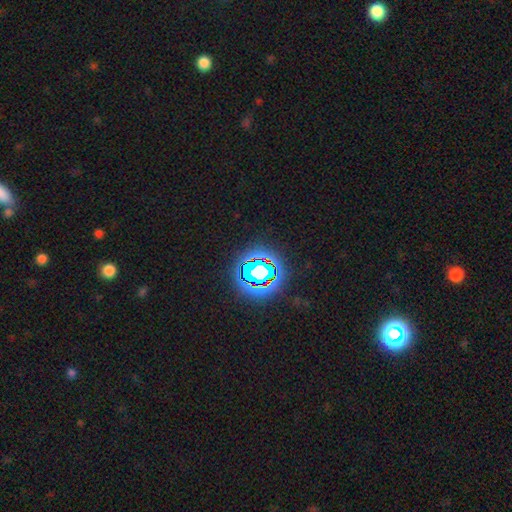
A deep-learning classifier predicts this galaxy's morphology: smooth-or-featured: star or artifact: 80% | smooth: 13% | featured or disk: 7%